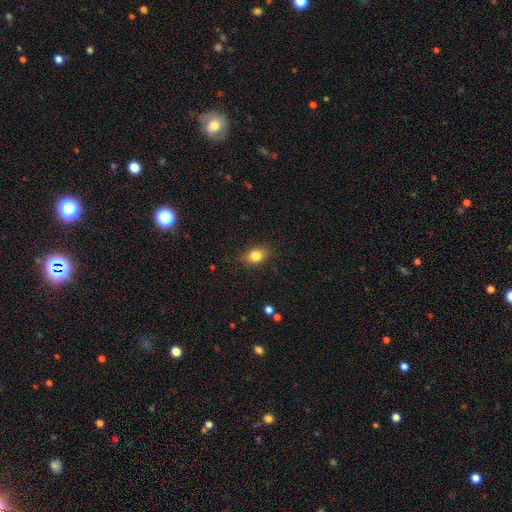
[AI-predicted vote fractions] smooth_or_featured: smooth (p=0.82) [alt: star or artifact p=0.10]
how_rounded: in between (p=0.66) [alt: round p=0.32]
merging: none (p=0.80) [alt: minor disturbance p=0.15]